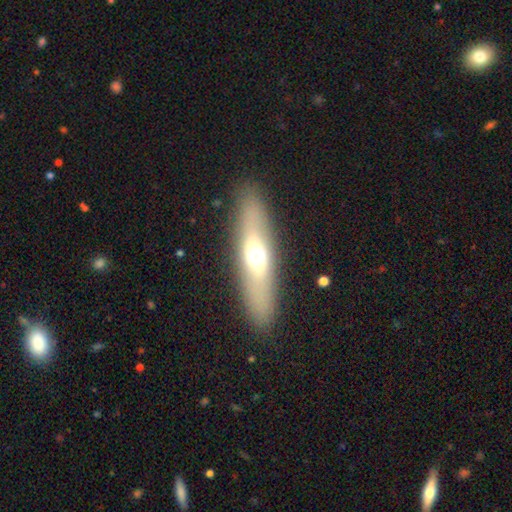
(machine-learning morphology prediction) Smooth or featured? smooth (50%)
How rounded? cigar-shaped (61%)
Merging? none (88%)